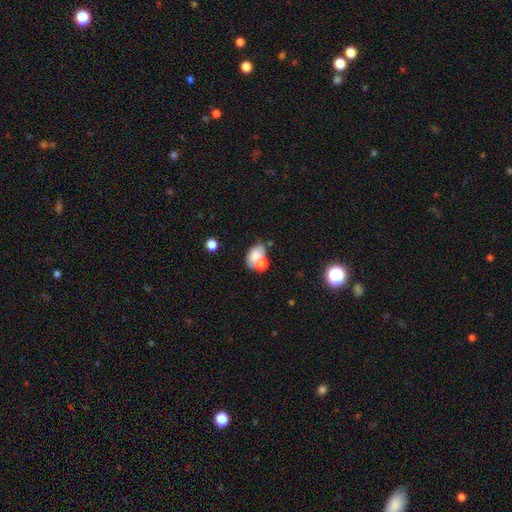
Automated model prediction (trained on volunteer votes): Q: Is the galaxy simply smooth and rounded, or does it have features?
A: smooth — 66%.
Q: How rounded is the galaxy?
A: in between — 79%.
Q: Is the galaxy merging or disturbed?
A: merger — 49%.